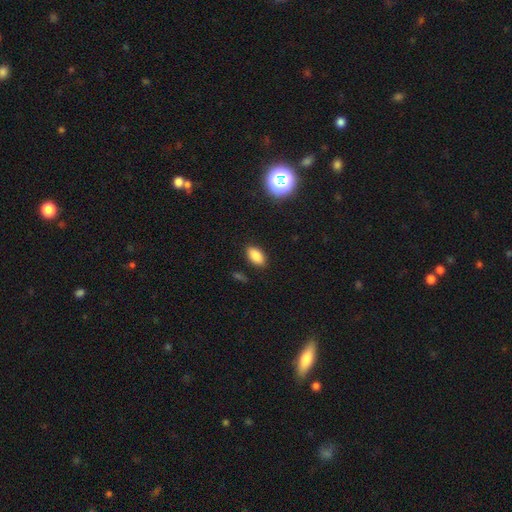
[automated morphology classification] This appears to be a smooth galaxy with no disk features (84%) that is in between round and cigar-shaped (91%). Merging: none (88%).